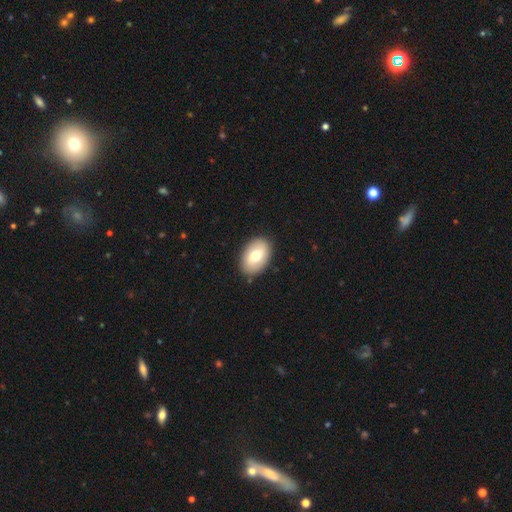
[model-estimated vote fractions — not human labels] smooth_or_featured: smooth (p=0.71) [alt: featured or disk p=0.23]
how_rounded: in between (p=0.85) [alt: round p=0.14]
merging: none (p=0.89) [alt: minor disturbance p=0.08]